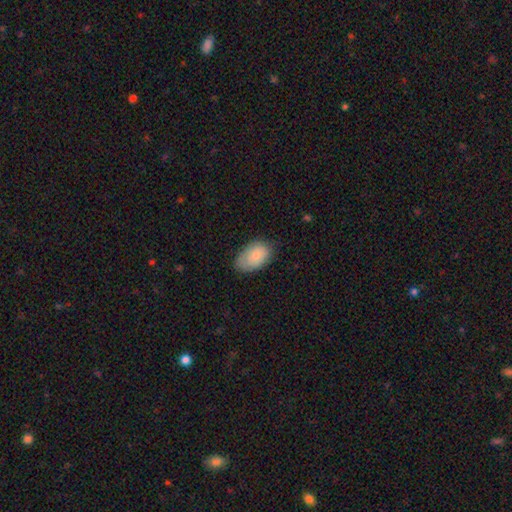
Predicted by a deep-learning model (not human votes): Morphology: type=smooth (78%); roundness=in between (91%); merging=none (67%).